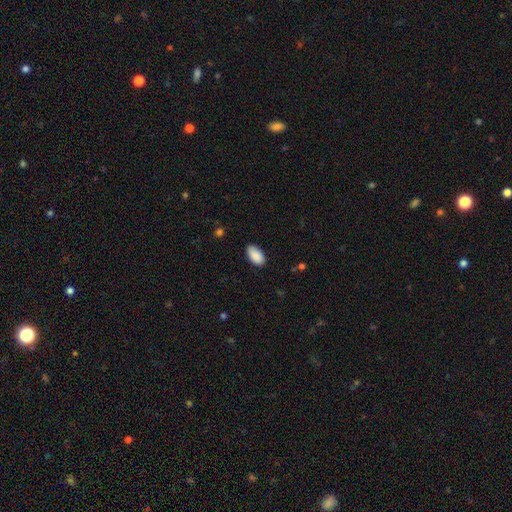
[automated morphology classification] Smooth or featured? smooth (90%)
How rounded? in between (95%)
Merging? none (85%)